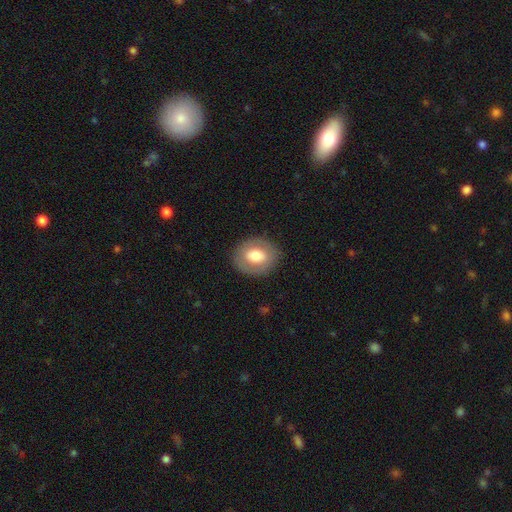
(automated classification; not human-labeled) smooth 67%, featured or disk 26%, star or artifact 7%. Down the decision tree: how rounded — round (50%); merging — none (86%).